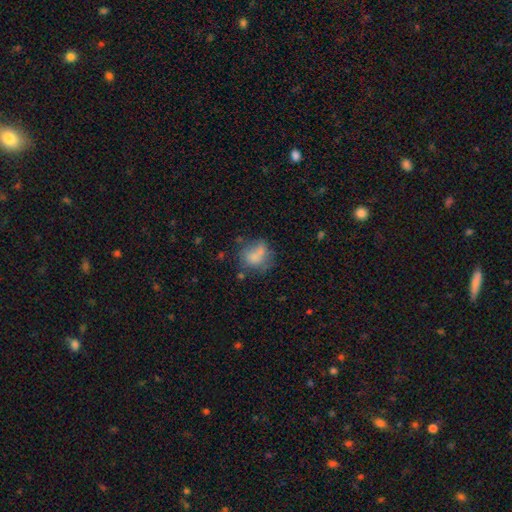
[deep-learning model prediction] Smooth or featured: smooth — 70% (featured or disk — 20%)
How rounded: round — 57% (in between — 42%)
Merging: none — 41% (minor disturbance — 23%)